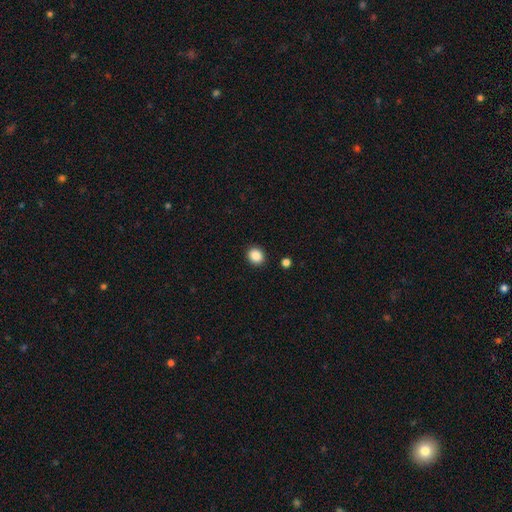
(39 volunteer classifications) smooth_or_featured: smooth (p=0.95) [alt: star or artifact p=0.05]
how_rounded: round (p=0.78) [alt: in between p=0.22]
merging: none (p=0.89) [alt: merger p=0.05]